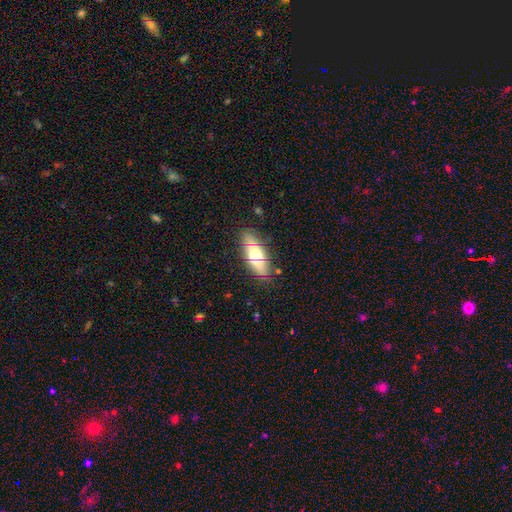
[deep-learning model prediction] Smooth or featured?
  - smooth: 56% *
  - featured or disk: 37%
  - star or artifact: 7%
How rounded?
  - in between: 65% *
  - cigar-shaped: 32%
  - round: 3%
Merging?
  - none: 81% *
  - minor disturbance: 14%
  - major disturbance: 4%
  - merger: 2%